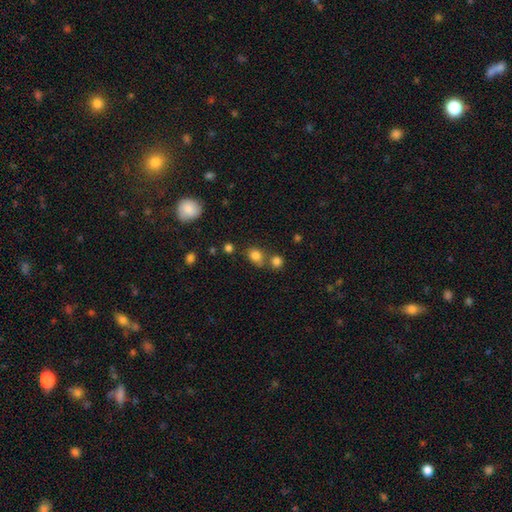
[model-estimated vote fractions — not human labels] Smooth or featured: smooth — 79% (star or artifact — 14%)
How rounded: round — 65% (in between — 34%)
Merging: none — 59% (merger — 24%)